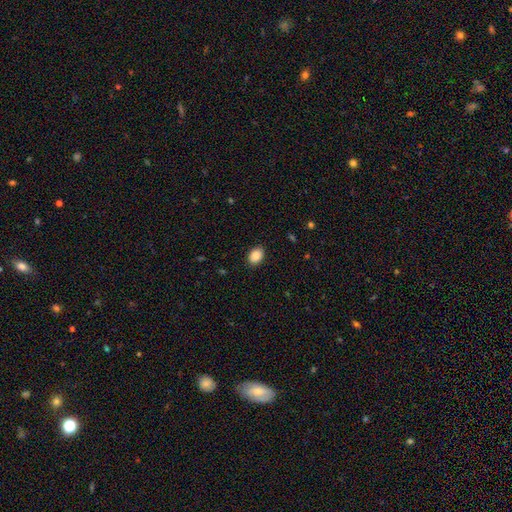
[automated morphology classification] A smooth galaxy with no disk features (88%) that is in between round and cigar-shaped (76%). Merging: none (89%).